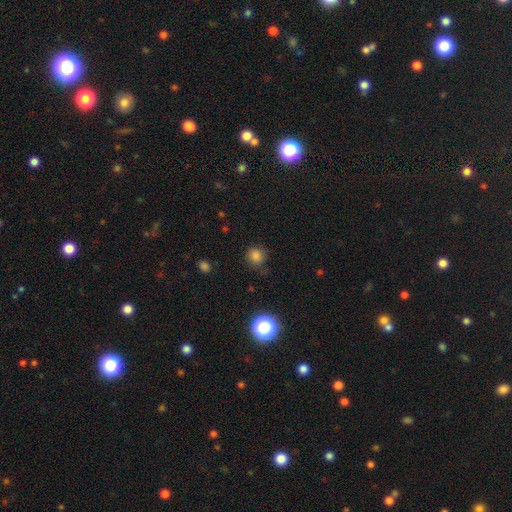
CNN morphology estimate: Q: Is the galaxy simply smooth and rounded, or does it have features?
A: smooth — 79%.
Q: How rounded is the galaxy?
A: round — 88%.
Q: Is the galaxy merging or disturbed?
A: none — 76%.